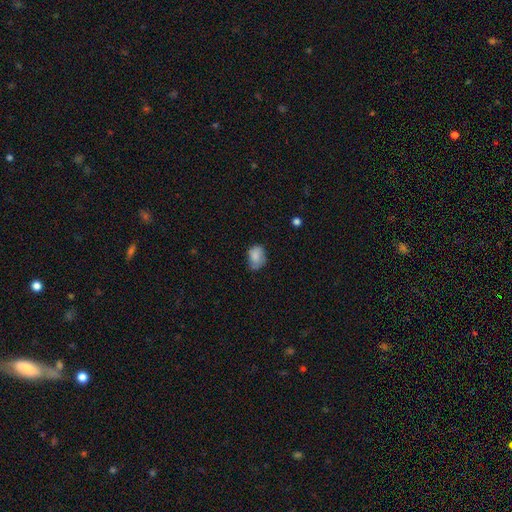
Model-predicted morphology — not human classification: A smooth galaxy with no disk features (80%) that is in between round and cigar-shaped (68%). Merging: none (51%).